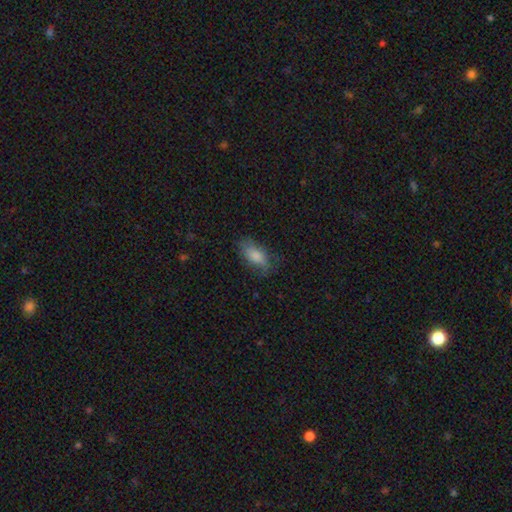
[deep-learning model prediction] smooth-or-featured: smooth: 79% | featured or disk: 13% | star or artifact: 7%
  how-rounded: in between: 89% | cigar-shaped: 7% | round: 4%
  merging: none: 63% | minor disturbance: 25% | major disturbance: 10% | merger: 1%